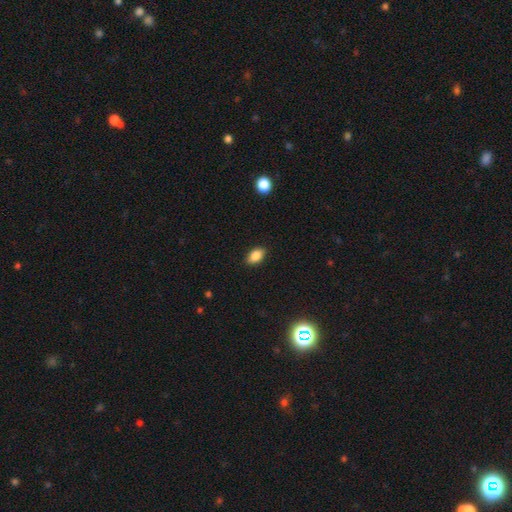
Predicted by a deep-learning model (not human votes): smooth 87%, star or artifact 9%, featured or disk 5%. Down the decision tree: how rounded — in between (89%); merging — none (88%).